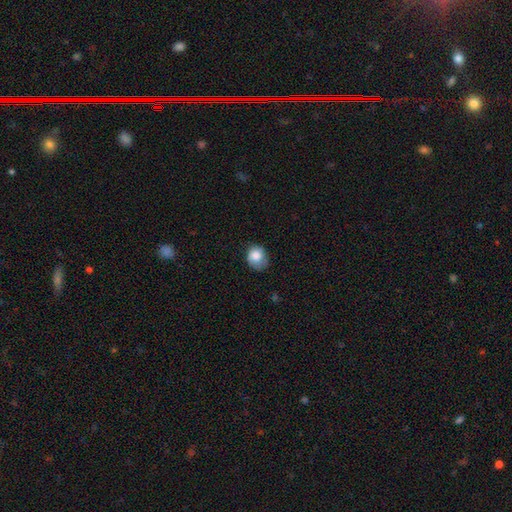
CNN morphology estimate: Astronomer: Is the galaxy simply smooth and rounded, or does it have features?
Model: smooth — 82%.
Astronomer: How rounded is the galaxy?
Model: round — 66%.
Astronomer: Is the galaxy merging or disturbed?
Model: none — 52% (runner-up: minor disturbance, 35%).